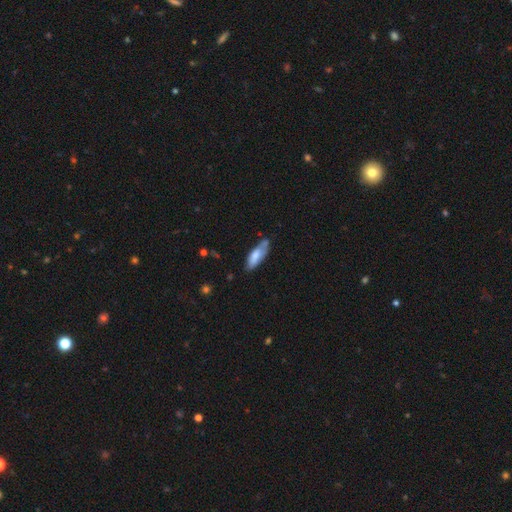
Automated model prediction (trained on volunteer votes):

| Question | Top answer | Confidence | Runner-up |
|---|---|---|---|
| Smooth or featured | smooth | 70% | featured or disk (24%) |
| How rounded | in between | 61% | cigar-shaped (38%) |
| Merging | none | 61% | minor disturbance (29%) |